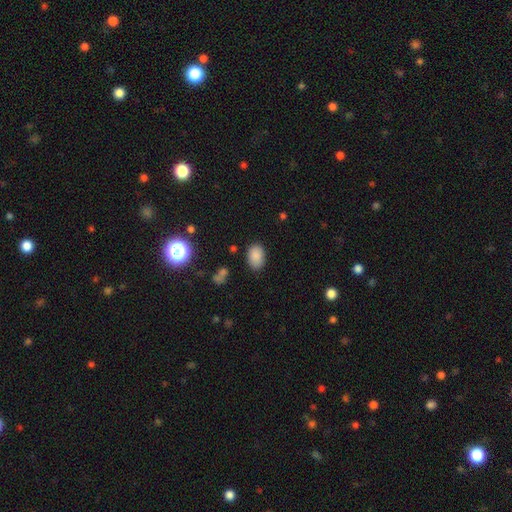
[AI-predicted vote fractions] Overall: smooth (85%). How rounded: in between (84%). Merging: none (83%).